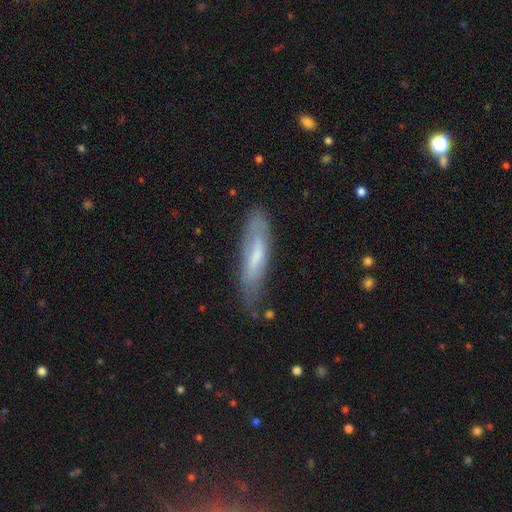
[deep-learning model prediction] Overall: smooth (56%; featured or disk 37%). How rounded: cigar-shaped (73%). Merging: none (65%; minor disturbance 25%).